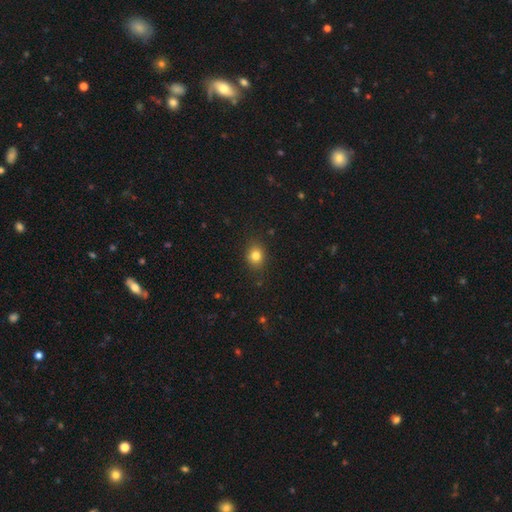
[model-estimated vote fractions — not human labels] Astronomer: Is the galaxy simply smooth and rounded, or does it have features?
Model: smooth — 80%.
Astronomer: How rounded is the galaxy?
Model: round — 59% (runner-up: in between, 40%).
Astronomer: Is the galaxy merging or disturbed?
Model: none — 87%.